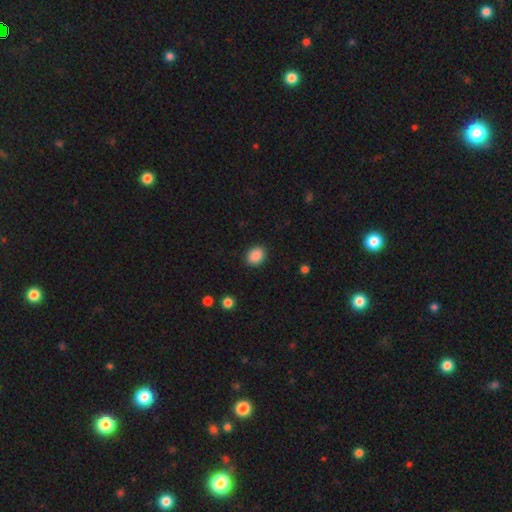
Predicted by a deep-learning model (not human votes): This appears to be a smooth galaxy with no disk features (89%) that is in between round and cigar-shaped (58%). Merging: none (89%).